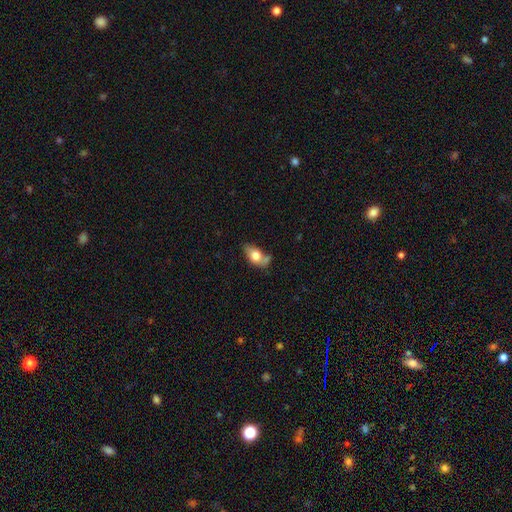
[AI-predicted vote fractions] smooth_or_featured: smooth (p=0.70) [alt: featured or disk p=0.23]
how_rounded: in between (p=0.84) [alt: round p=0.11]
merging: none (p=0.39) [alt: minor disturbance p=0.28]